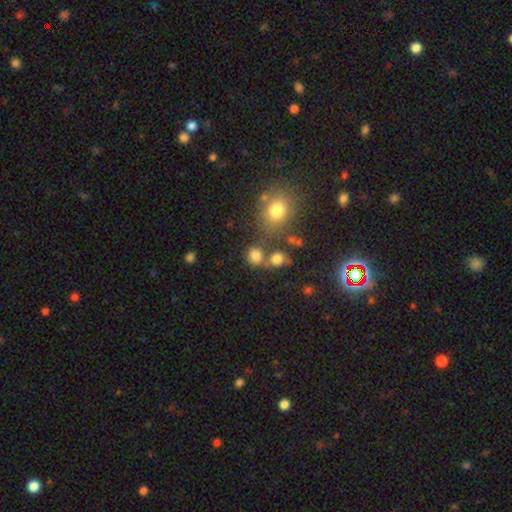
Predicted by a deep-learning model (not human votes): Smooth or featured?
  - smooth: 78% *
  - star or artifact: 14%
  - featured or disk: 8%
How rounded?
  - round: 79% *
  - in between: 19%
  - cigar-shaped: 1%
Merging?
  - none: 58% *
  - merger: 25%
  - minor disturbance: 11%
  - major disturbance: 6%